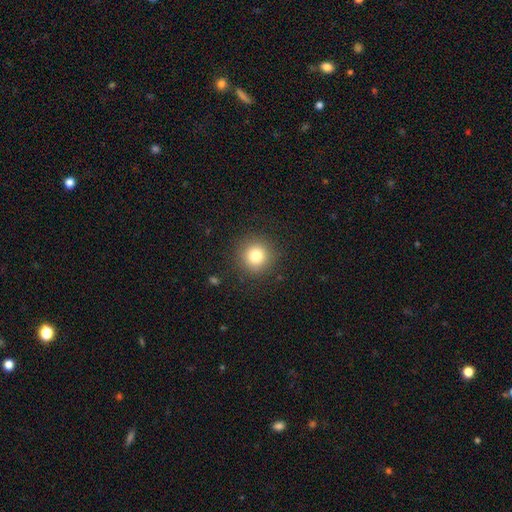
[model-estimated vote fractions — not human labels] smooth 79%, star or artifact 12%, featured or disk 9%. Down the decision tree: how rounded — round (95%); merging — none (90%).